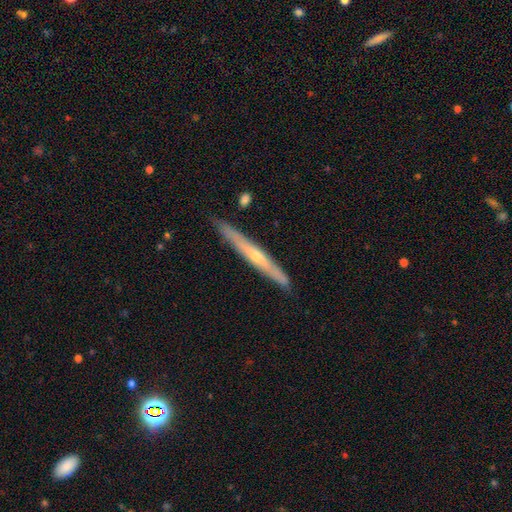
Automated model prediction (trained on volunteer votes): featured or disk 60%, smooth 35%, star or artifact 6%. Down the decision tree: edge-on disk — yes (94%); edge-on bulge — rounded (54%); merging — none (86%).